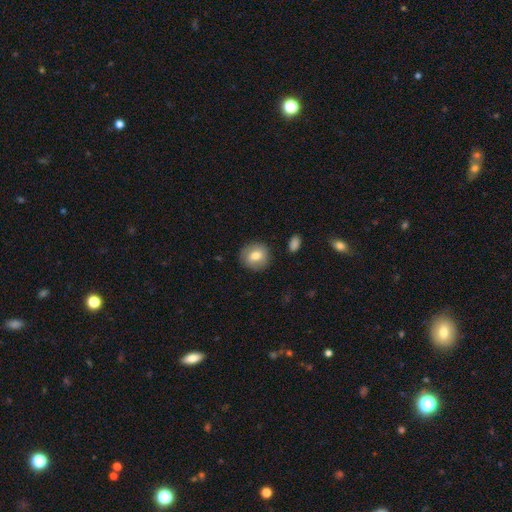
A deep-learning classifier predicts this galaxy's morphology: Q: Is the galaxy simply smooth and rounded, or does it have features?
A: smooth — 72%.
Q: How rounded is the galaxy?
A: round — 85%.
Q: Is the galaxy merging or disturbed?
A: none — 85%.